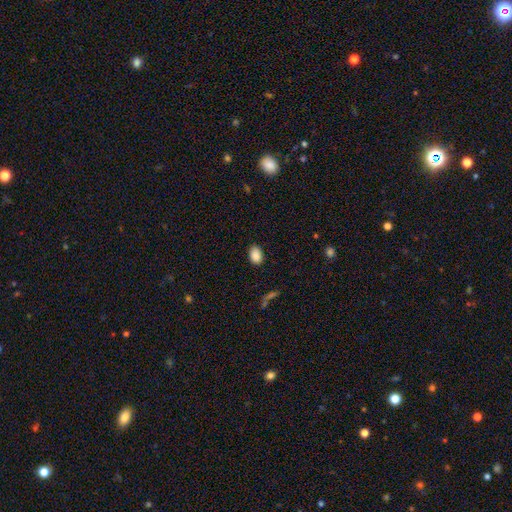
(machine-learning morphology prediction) Overall: smooth (87%). How rounded: in between (83%). Merging: none (84%).